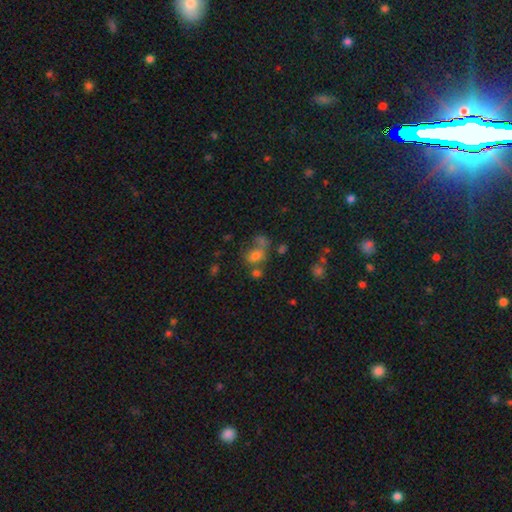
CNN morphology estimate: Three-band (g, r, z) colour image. It shows a smooth galaxy with no disk features (66%) that is in between round and cigar-shaped (54%). Merging: merger (39%).